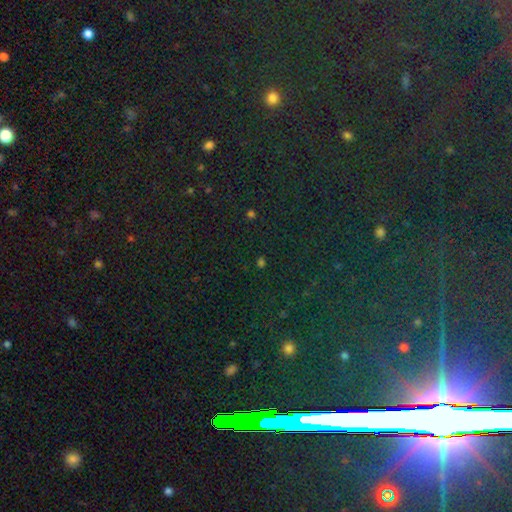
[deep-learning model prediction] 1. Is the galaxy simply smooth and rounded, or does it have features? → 81% star or artifact, 11% smooth, 8% featured or disk.